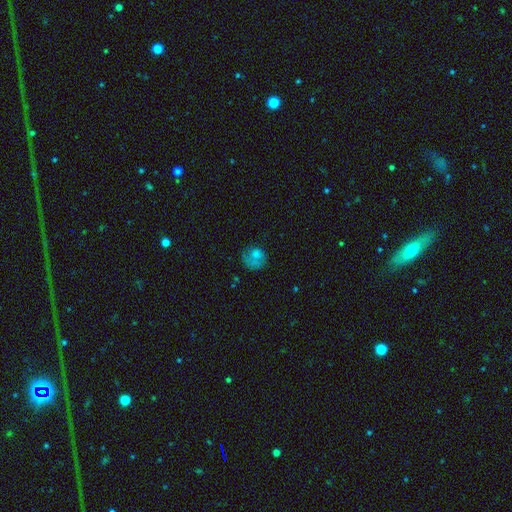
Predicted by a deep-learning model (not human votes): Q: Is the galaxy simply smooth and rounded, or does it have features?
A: smooth — 69%.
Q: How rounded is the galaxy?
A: round — 71%.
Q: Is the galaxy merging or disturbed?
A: none — 43%.